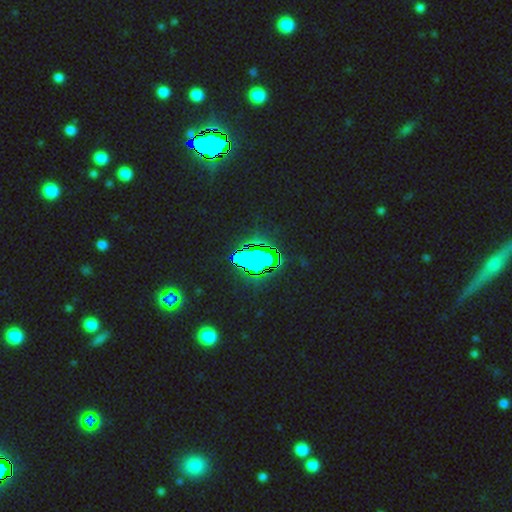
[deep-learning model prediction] Overall: star or artifact (71%).